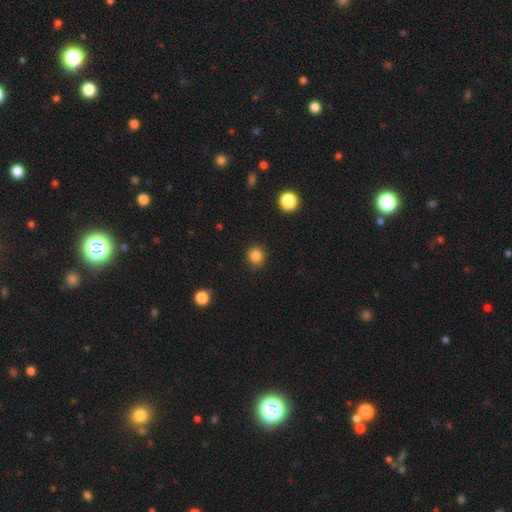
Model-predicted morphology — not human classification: This is clearly a smooth galaxy (85%). How rounded: clearly round (89%). Merging: clearly none (86%).